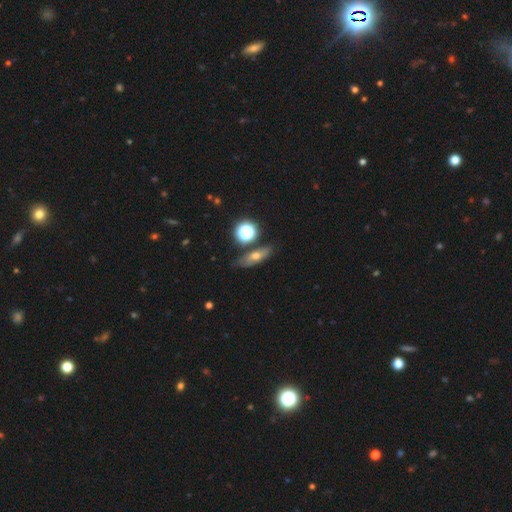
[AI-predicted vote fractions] Smooth or featured: smooth — 48% (featured or disk — 33%)
Merging: none — 76% (minor disturbance — 14%)